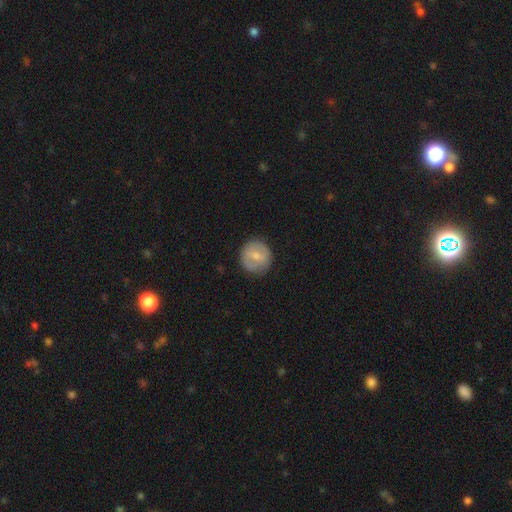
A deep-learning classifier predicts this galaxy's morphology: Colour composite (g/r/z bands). It shows a smooth galaxy with no disk features (55%) that is round (92%). Merging: none (86%).